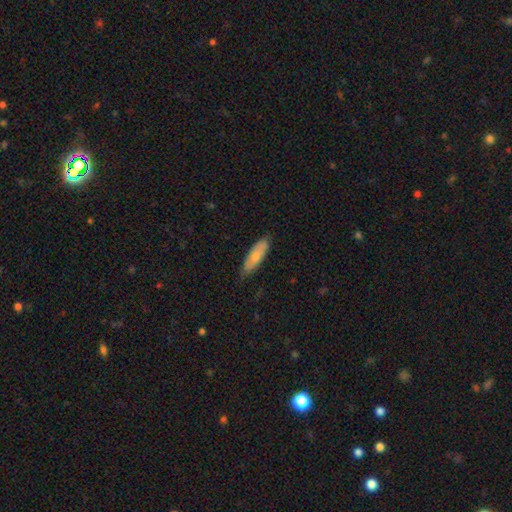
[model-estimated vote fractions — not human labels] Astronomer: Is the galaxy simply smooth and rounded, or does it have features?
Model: smooth — 70%.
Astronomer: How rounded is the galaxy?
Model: in between — 54% (runner-up: cigar-shaped, 45%).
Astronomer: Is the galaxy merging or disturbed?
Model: none — 77%.